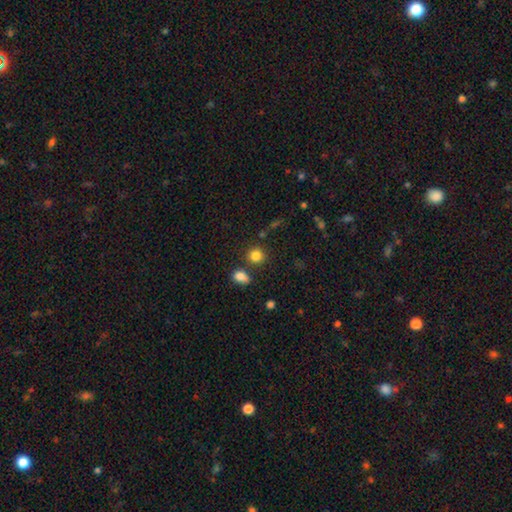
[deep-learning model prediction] Smooth or featured? Predicted: smooth (p=0.83). How rounded? Predicted: round (p=0.85). Merging? Predicted: none (p=0.76).